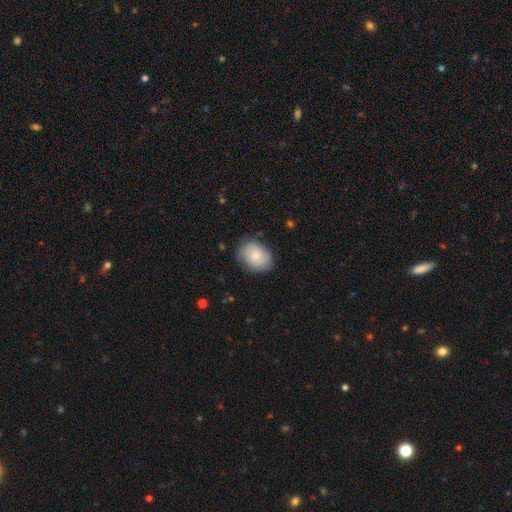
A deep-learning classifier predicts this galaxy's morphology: Q: Smooth or featured?
A: smooth (77%); runner-up: featured or disk (16%)
Q: How rounded?
A: in between (74%); runner-up: round (25%)
Q: Merging?
A: none (76%); runner-up: minor disturbance (19%)